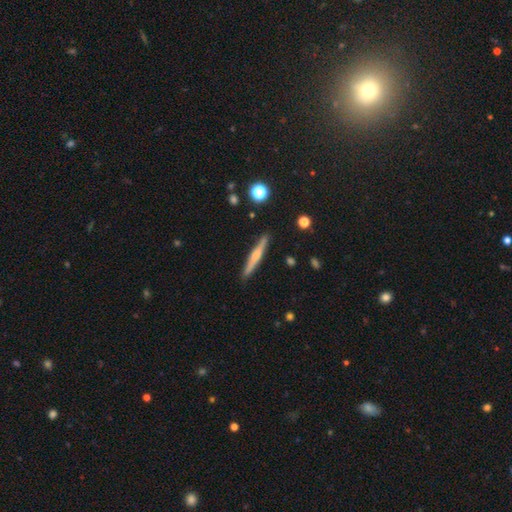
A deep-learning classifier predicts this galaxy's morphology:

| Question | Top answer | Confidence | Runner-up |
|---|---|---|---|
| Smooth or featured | featured or disk | 51% | smooth (42%) |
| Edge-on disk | yes | 97% | no (3%) |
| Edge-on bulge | rounded | 60% | none (24%) |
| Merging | none | 90% | minor disturbance (7%) |